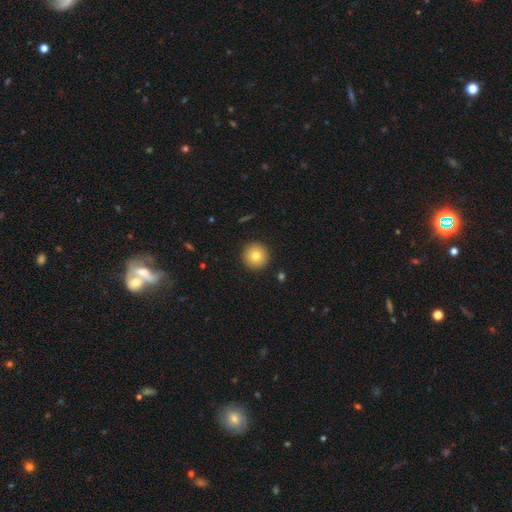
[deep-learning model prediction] Overall: smooth (79%). How rounded: round (96%). Merging: none (92%).